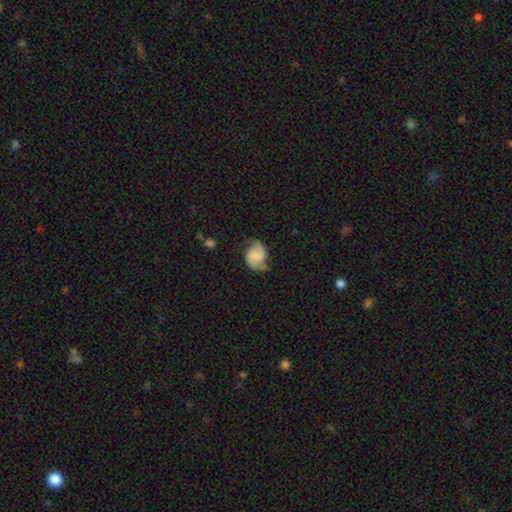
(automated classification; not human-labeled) This appears to be a featured or disk galaxy (56%) with no bar (60%), spiral arms (90%) and no central bulge (57%). Merging: none (56%).